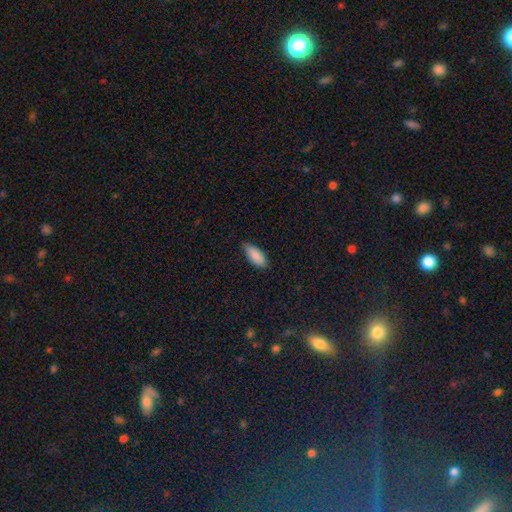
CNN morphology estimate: A smooth galaxy with no disk features (88%) that is in between round and cigar-shaped (82%). Merging: none (78%).